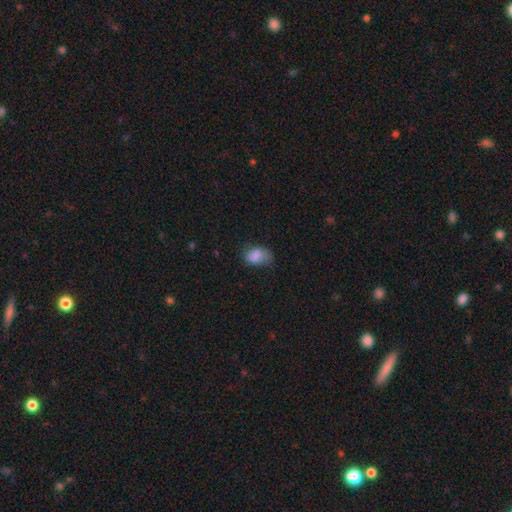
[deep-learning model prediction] smooth 82%, featured or disk 9%, star or artifact 9%. Down the decision tree: how rounded — in between (81%); merging — none (50%).